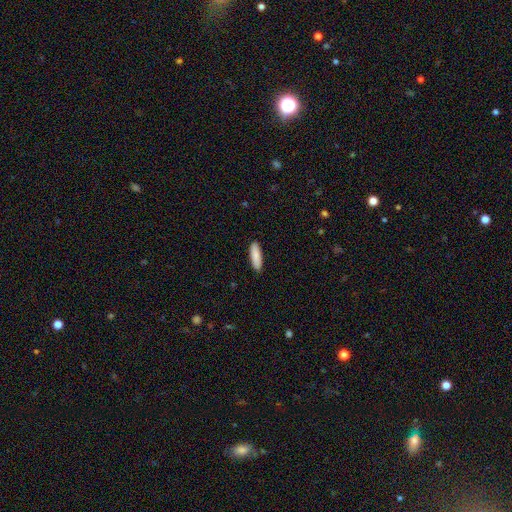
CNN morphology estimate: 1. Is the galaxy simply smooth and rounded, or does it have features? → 88% smooth, 7% featured or disk, 6% star or artifact.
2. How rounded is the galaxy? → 58% cigar-shaped, 41% in between, 1% round.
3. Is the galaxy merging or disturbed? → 90% none, 7% minor disturbance, 2% major disturbance, 1% merger.